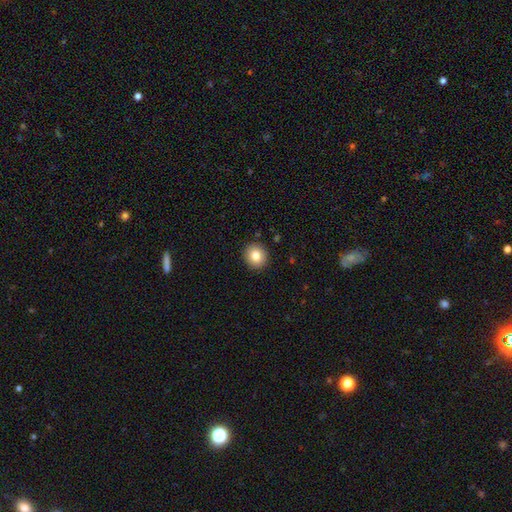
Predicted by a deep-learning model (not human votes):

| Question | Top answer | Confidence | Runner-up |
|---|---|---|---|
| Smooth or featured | smooth | 82% | star or artifact (10%) |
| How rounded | round | 86% | in between (13%) |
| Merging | none | 91% | minor disturbance (6%) |